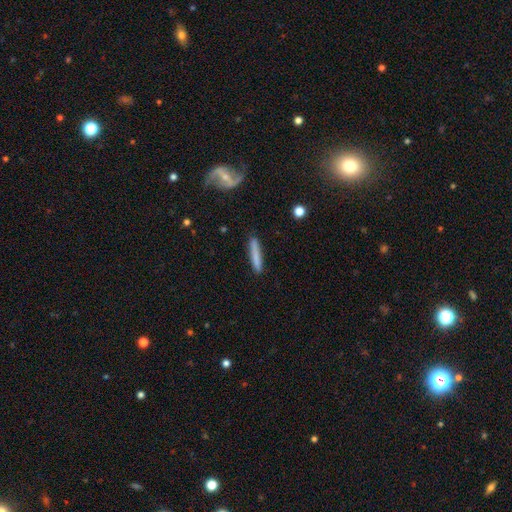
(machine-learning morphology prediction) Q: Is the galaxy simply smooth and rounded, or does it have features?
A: smooth — 78%.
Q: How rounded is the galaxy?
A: cigar-shaped — 93%.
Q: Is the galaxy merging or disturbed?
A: none — 89%.